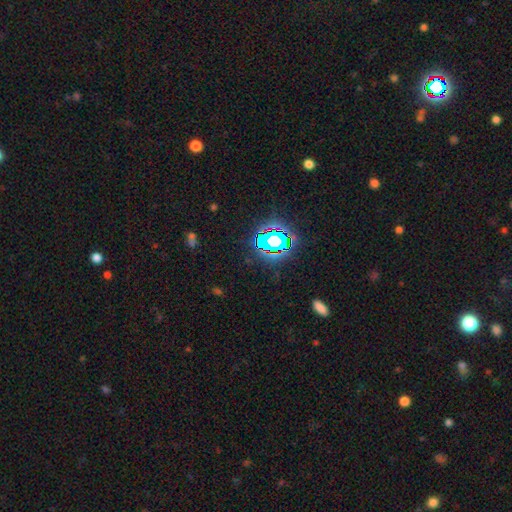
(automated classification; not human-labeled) Smooth or featured? star or artifact (78%)